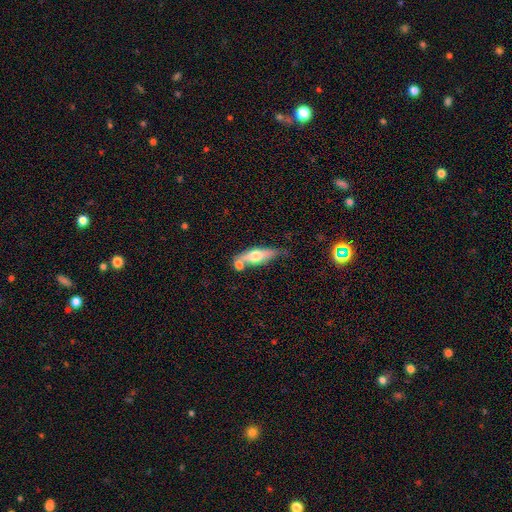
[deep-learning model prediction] Smooth or featured: smooth — 49% (featured or disk — 45%)
Merging: none — 55% (merger — 22%)